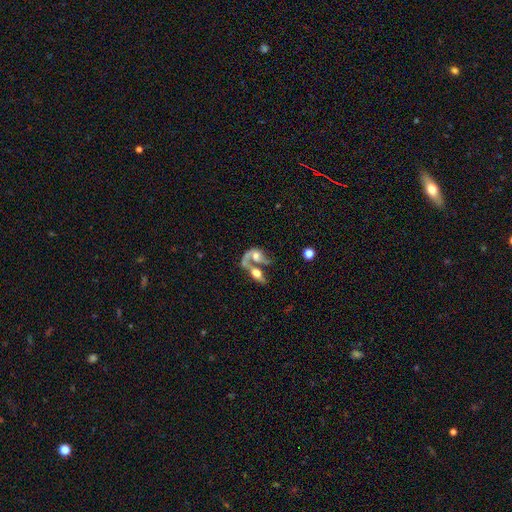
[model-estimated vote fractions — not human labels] Smooth or featured?
  - featured or disk: 65% *
  - smooth: 27%
  - star or artifact: 8%
Edge-on disk?
  - no: 90% *
  - yes: 10%
Bar?
  - no: 71% *
  - weak: 23%
  - strong: 6%
Spiral arms?
  - yes: 72% *
  - no: 28%
Bulge size?
  - moderate: 52% *
  - large: 20%
  - small: 17%
  - none: 7%
  - dominant: 3%
Merging?
  - merger: 68% *
  - none: 14%
  - major disturbance: 12%
  - minor disturbance: 6%